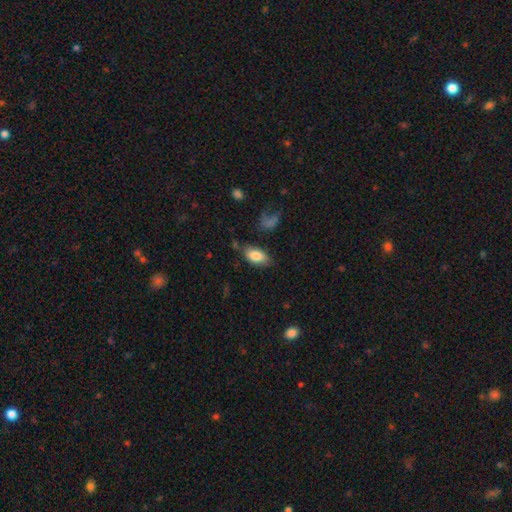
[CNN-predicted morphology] Q: Smooth or featured?
A: smooth (82%); runner-up: featured or disk (11%)
Q: How rounded?
A: in between (92%); runner-up: round (4%)
Q: Merging?
A: none (71%); runner-up: minor disturbance (19%)